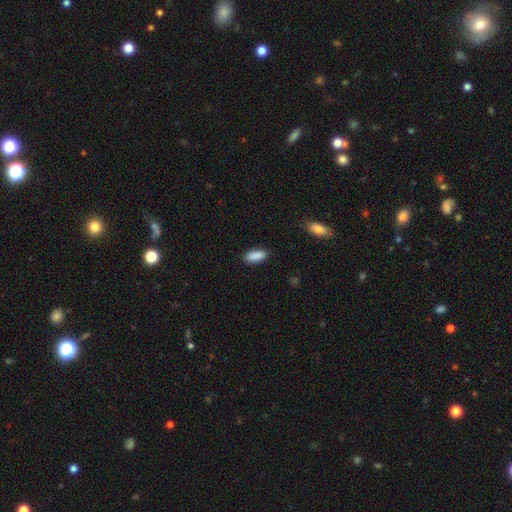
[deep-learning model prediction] A smooth galaxy with no disk features (90%) that is in between round and cigar-shaped (78%).

Vote fractions:
- Smooth or featured? smooth: 90% / star or artifact: 7% / featured or disk: 4%
- How rounded? in between: 78% / cigar-shaped: 20% / round: 2%
- Merging? none: 87% / minor disturbance: 10% / major disturbance: 2% / merger: 1%